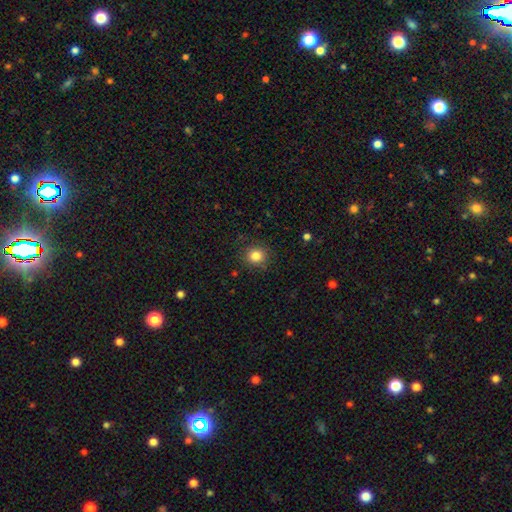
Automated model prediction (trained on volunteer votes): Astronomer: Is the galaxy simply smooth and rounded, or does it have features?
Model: smooth — 84%.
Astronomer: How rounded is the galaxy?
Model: round — 88%.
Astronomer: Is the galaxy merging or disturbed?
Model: none — 87%.